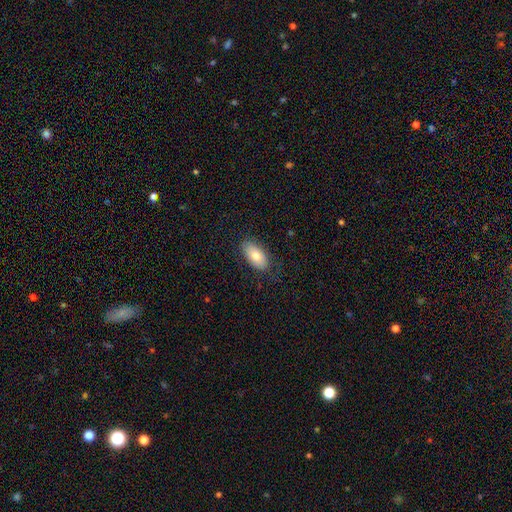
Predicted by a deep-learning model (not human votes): This appears to be a smooth galaxy with no disk features (77%) that is in between round and cigar-shaped (93%). Merging: none (81%).